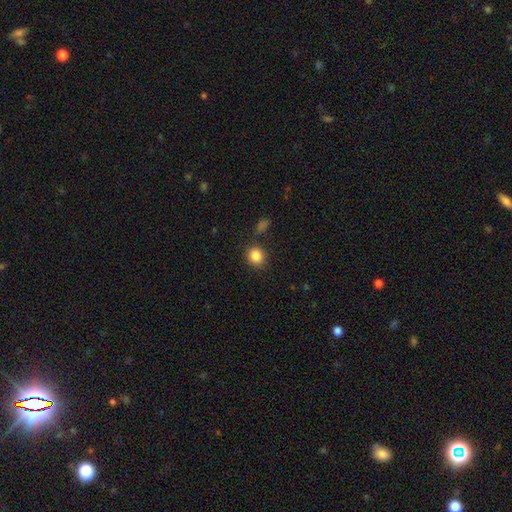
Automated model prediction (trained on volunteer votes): A smooth galaxy with no disk features (86%) that is round (81%).

Vote fractions:
- Smooth or featured? smooth: 86% / star or artifact: 10% / featured or disk: 4%
- How rounded? round: 81% / in between: 18% / cigar-shaped: 1%
- Merging? none: 82% / minor disturbance: 9% / merger: 5% / major disturbance: 4%